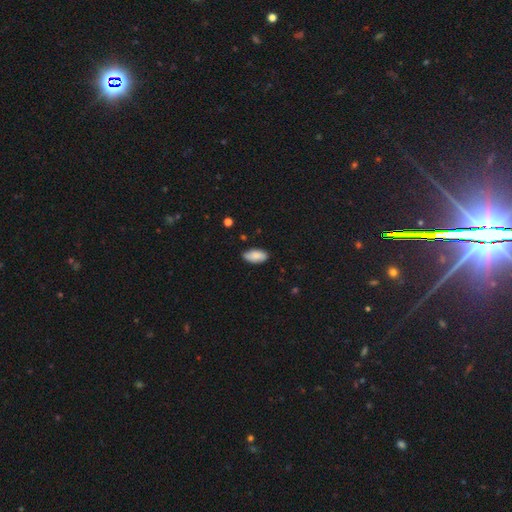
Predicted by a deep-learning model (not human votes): Morphology: type=smooth (84%); roundness=in between (94%); merging=none (84%).